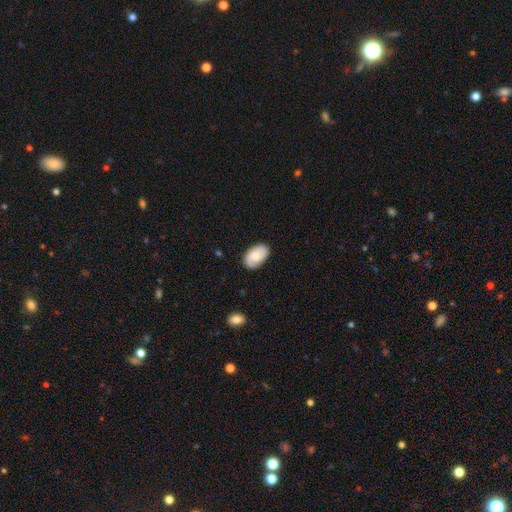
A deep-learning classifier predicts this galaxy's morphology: smooth-or-featured: smooth: 57% | featured or disk: 36% | star or artifact: 7%
  how-rounded: in between: 91% | round: 8% | cigar-shaped: 1%
  merging: none: 79% | minor disturbance: 16% | major disturbance: 3% | merger: 1%